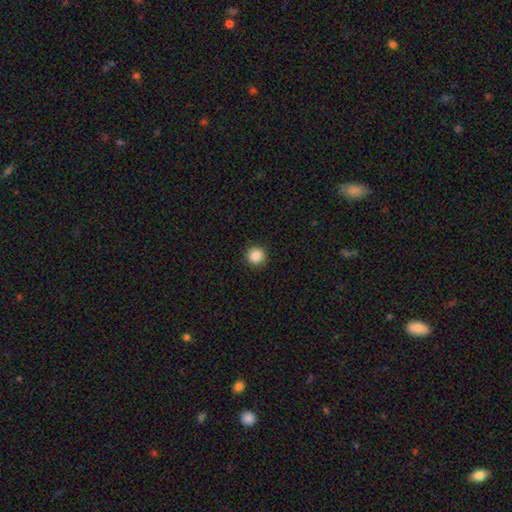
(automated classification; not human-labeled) smooth-or-featured: smooth: 87% | star or artifact: 10% | featured or disk: 3%
  how-rounded: round: 94% | in between: 5% | cigar-shaped: 1%
  merging: none: 92% | minor disturbance: 5% | major disturbance: 2% | merger: 1%